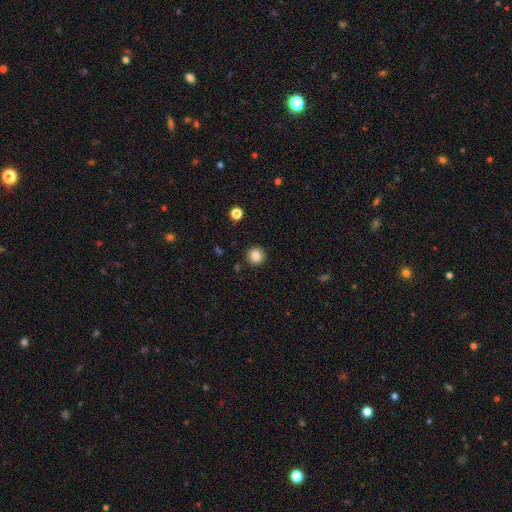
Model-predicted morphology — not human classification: smooth-or-featured: smooth: 85% | star or artifact: 11% | featured or disk: 4%
  how-rounded: round: 95% | in between: 4% | cigar-shaped: 1%
  merging: none: 91% | minor disturbance: 6% | major disturbance: 2% | merger: 1%